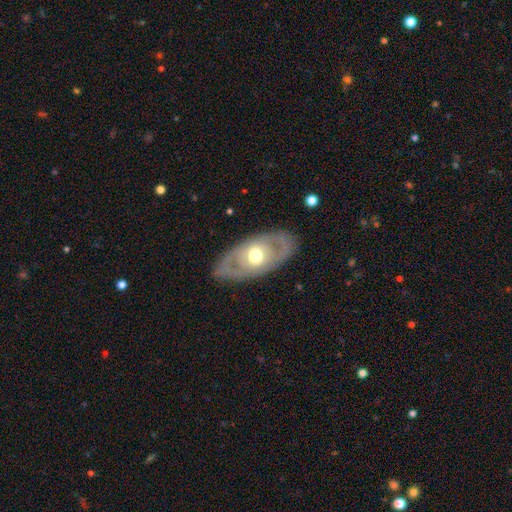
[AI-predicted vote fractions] Smooth or featured: featured or disk — 64% (smooth — 31%)
Edge-on disk: no — 85% (yes — 15%)
Bar: no — 71% (weak — 22%)
Spiral arms: no — 72% (yes — 28%)
Bulge size: moderate — 70% (large — 18%)
Merging: none — 82% (minor disturbance — 12%)